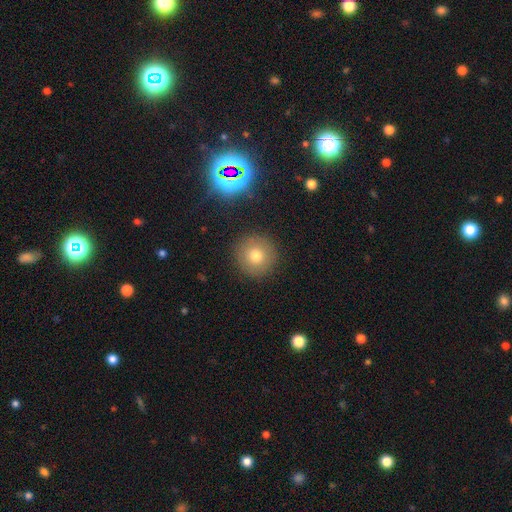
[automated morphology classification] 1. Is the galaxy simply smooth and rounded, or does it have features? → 74% smooth, 13% featured or disk, 13% star or artifact.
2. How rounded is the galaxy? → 95% round, 4% in between, 1% cigar-shaped.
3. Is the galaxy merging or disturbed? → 90% none, 6% minor disturbance, 2% major disturbance, 2% merger.